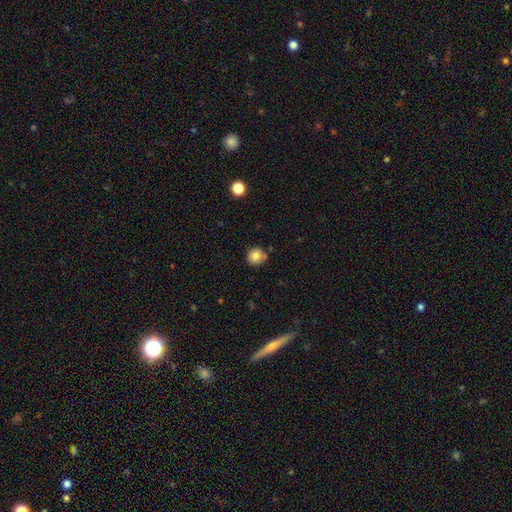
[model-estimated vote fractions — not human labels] Morphology: type=smooth (82%); roundness=round (92%); merging=none (80%).